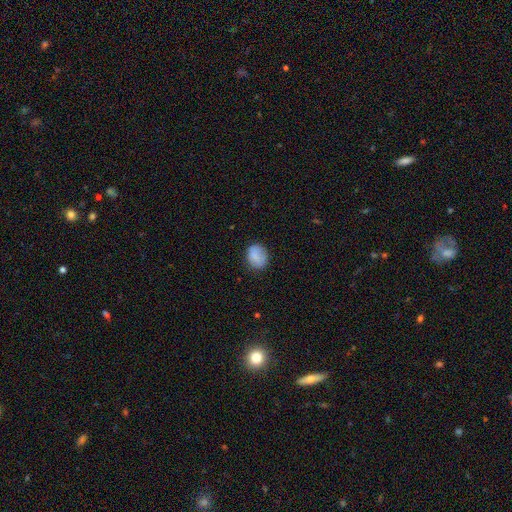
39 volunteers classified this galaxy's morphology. type=smooth (87%); roundness=round (53%); merging=none (76%).